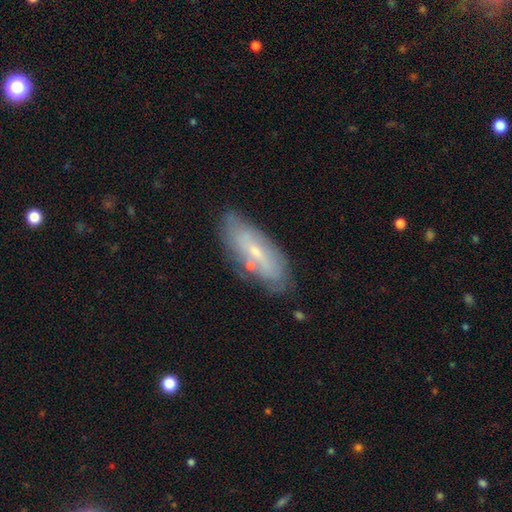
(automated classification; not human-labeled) featured or disk 57%, smooth 33%, star or artifact 10%. Down the decision tree: edge-on disk — no (75%); merging — none (79%).